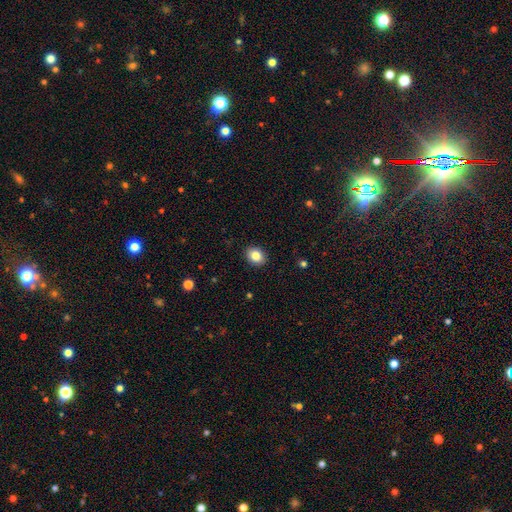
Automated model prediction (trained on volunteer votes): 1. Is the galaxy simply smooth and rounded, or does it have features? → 84% smooth, 9% star or artifact, 7% featured or disk.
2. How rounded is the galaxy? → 50% in between, 49% round, 1% cigar-shaped.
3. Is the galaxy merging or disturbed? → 91% none, 7% minor disturbance, 2% major disturbance, 1% merger.